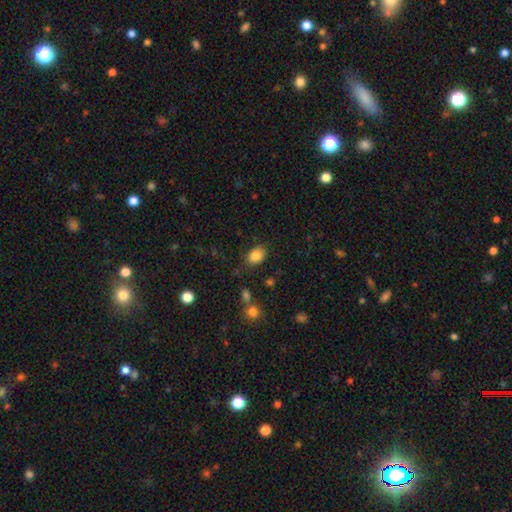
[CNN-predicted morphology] smooth_or_featured: smooth (p=0.85) [alt: star or artifact p=0.09]
how_rounded: in between (p=0.72) [alt: round p=0.27]
merging: none (p=0.81) [alt: minor disturbance p=0.13]